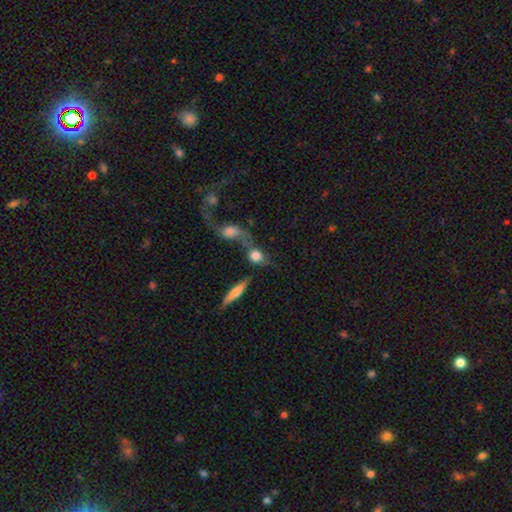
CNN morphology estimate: The model was most divided on "how rounded" (2-way tie): round: 45%, in between: 45%, cigar-shaped: 10%. Remaining: smooth or featured — smooth (69%); merging — merger (48%).